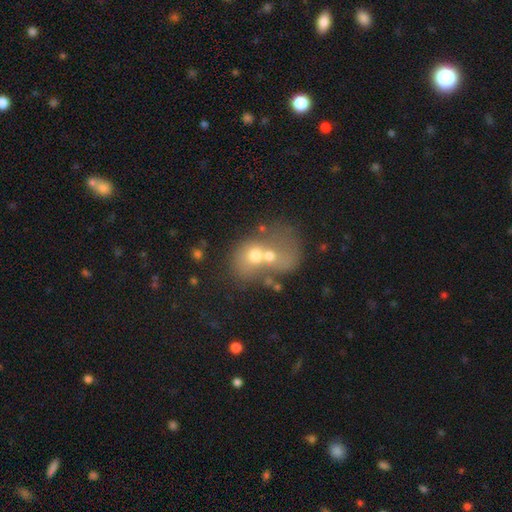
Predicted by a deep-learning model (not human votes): smooth-or-featured: smooth: 51% | featured or disk: 36% | star or artifact: 13%
  how-rounded: round: 52% | in between: 47% | cigar-shaped: 1%
  merging: merger: 75% | none: 11% | major disturbance: 9% | minor disturbance: 6%